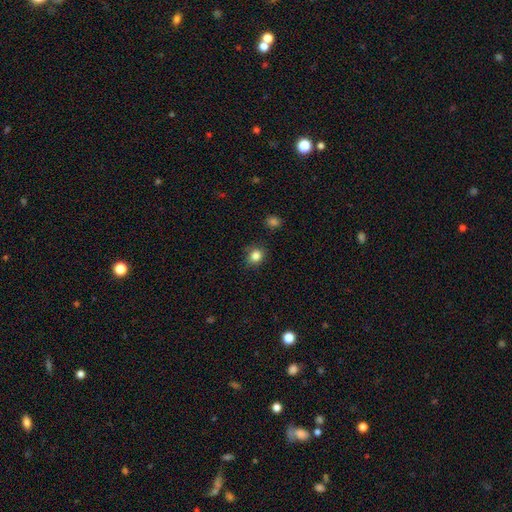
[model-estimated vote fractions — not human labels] smooth-or-featured: smooth: 84% | star or artifact: 11% | featured or disk: 4%
  how-rounded: round: 73% | in between: 26% | cigar-shaped: 1%
  merging: none: 82% | minor disturbance: 13% | major disturbance: 3% | merger: 2%